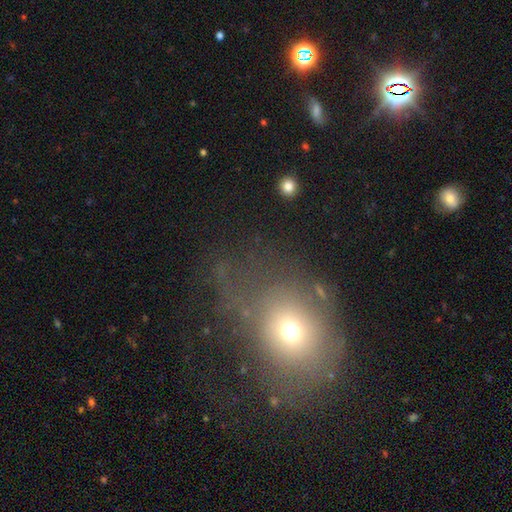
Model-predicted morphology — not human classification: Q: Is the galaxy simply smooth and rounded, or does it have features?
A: smooth — 57%.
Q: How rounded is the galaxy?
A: round — 60%.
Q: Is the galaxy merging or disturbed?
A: none — 44%.